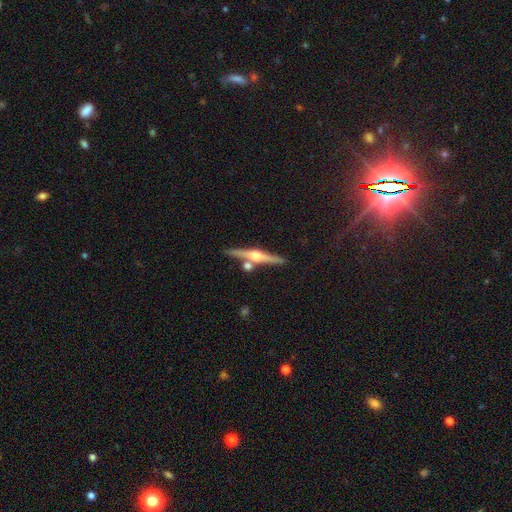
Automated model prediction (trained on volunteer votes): Morphology: type=featured or disk (76%); edge-on=yes (98%); edge-on bulge=rounded (92%); merging=none (78%).